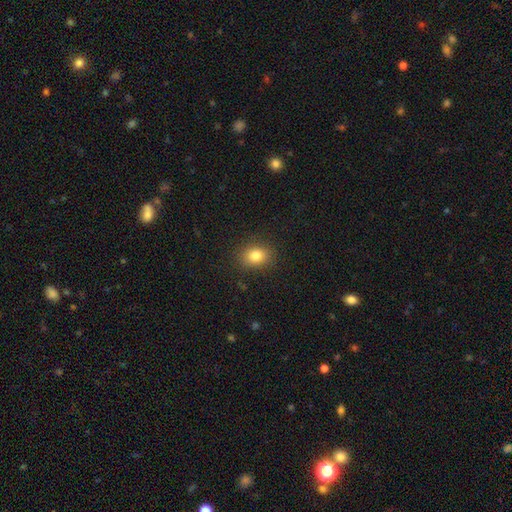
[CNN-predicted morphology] Smooth or featured?
  - smooth: 82% *
  - star or artifact: 11%
  - featured or disk: 7%
How rounded?
  - in between: 52% *
  - round: 47%
  - cigar-shaped: 1%
Merging?
  - none: 87% *
  - minor disturbance: 9%
  - major disturbance: 3%
  - merger: 1%